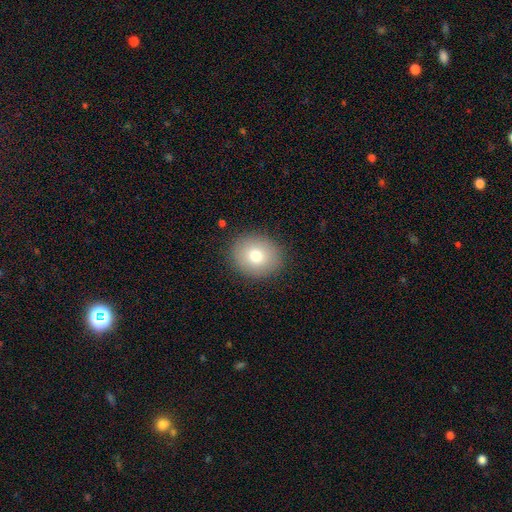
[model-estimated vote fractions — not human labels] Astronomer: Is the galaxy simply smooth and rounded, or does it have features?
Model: smooth — 76%.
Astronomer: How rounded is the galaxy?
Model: round — 64%.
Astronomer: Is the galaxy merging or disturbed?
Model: none — 88%.